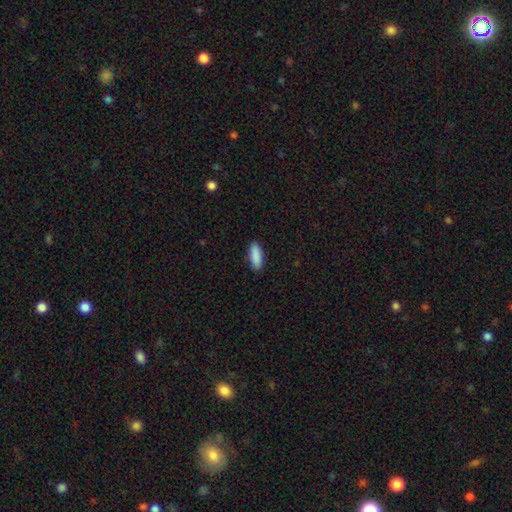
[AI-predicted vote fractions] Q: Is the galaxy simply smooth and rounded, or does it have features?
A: smooth — 90%.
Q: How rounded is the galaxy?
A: in between — 70%.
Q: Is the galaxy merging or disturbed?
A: none — 89%.